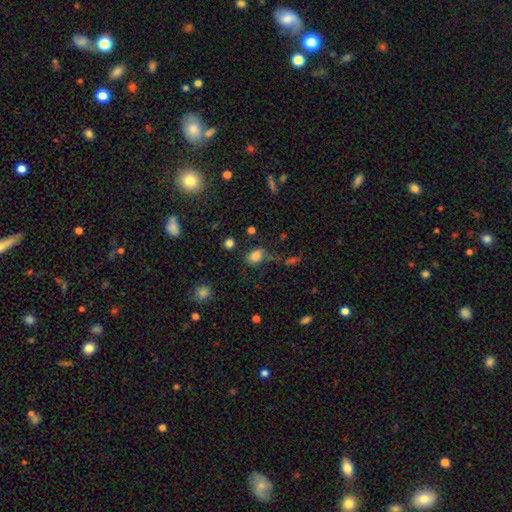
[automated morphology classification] Smooth or featured? Predicted: smooth (p=0.80). How rounded? Predicted: in between (p=0.74). Merging? Predicted: none (p=0.55).